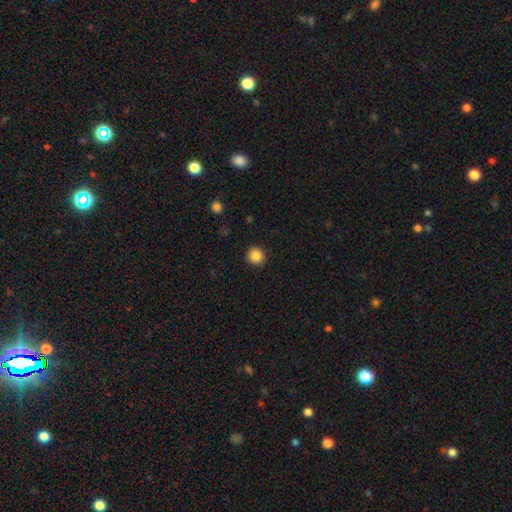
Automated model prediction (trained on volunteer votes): A smooth galaxy with no disk features (86%) that is round (92%). Merging: none (92%).